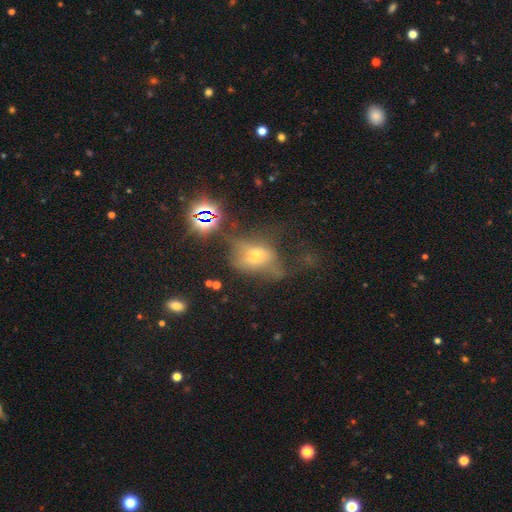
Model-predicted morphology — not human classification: Smooth or featured: smooth — 41% (featured or disk — 35%)
Merging: major disturbance — 38% (none — 31%)